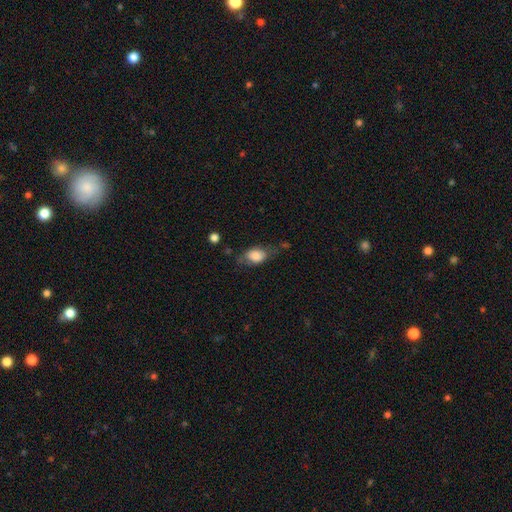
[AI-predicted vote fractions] Smooth or featured: smooth — 76% (featured or disk — 16%)
How rounded: in between — 78% (round — 18%)
Merging: none — 51% (minor disturbance — 30%)